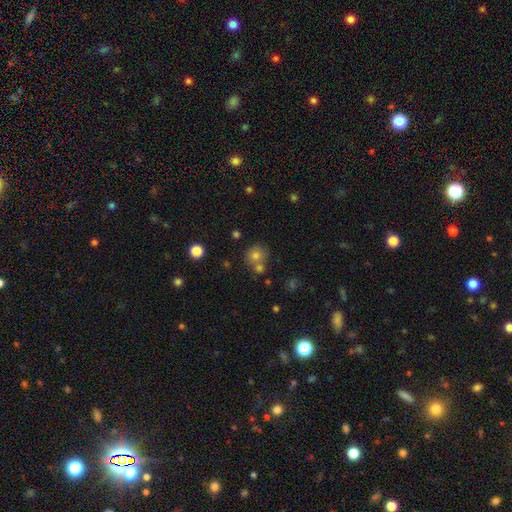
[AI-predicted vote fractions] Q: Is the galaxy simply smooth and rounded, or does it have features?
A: smooth — 75%.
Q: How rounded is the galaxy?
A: round — 86%.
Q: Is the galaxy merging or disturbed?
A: none — 58%.